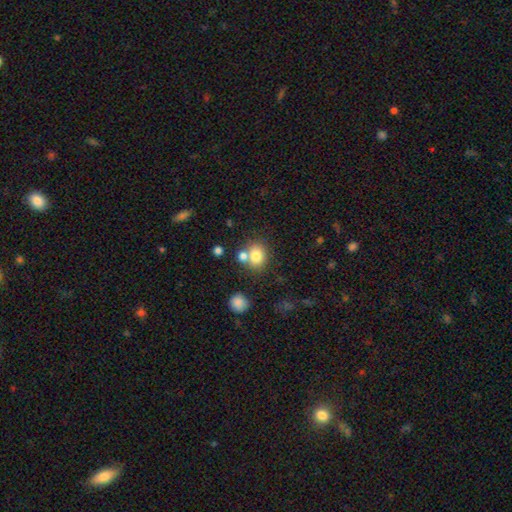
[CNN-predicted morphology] This is likely a smooth galaxy (78%). How rounded: likely round (60%). Merging: possibly none (59%).